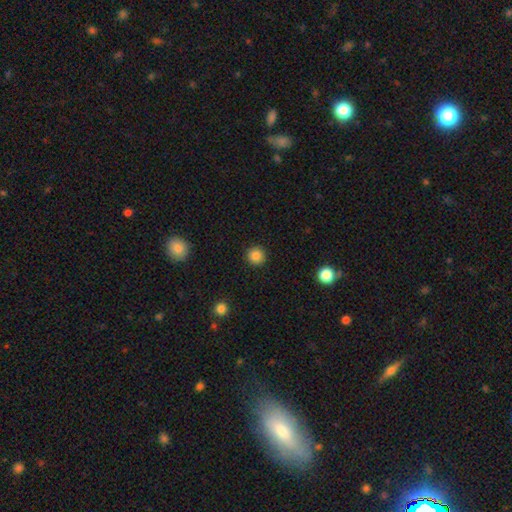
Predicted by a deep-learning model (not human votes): Smooth or featured? smooth (85%)
How rounded? round (95%)
Merging? none (92%)